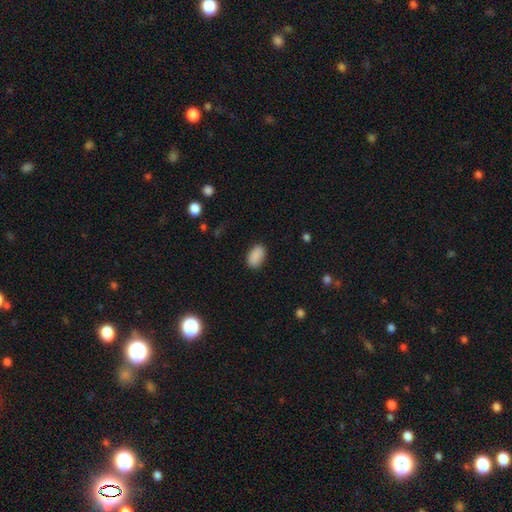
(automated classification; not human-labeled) A smooth galaxy with no disk features (89%) that is in between round and cigar-shaped (93%).

Vote fractions:
- Smooth or featured? smooth: 89% / star or artifact: 7% / featured or disk: 4%
- How rounded? in between: 93% / round: 6% / cigar-shaped: 1%
- Merging? none: 86% / minor disturbance: 10% / major disturbance: 3% / merger: 1%